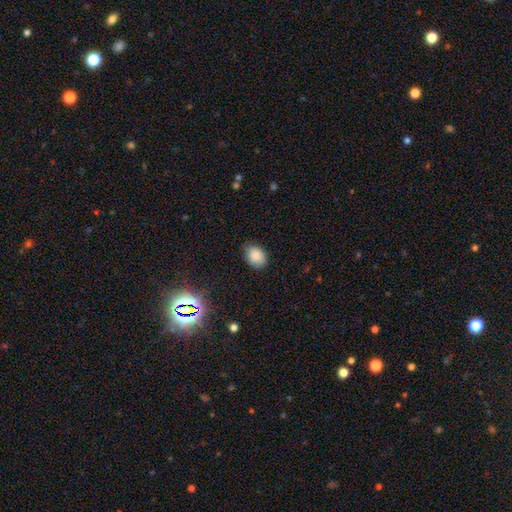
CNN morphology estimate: smooth_or_featured: smooth (p=0.86) [alt: star or artifact p=0.10]
how_rounded: in between (p=0.62) [alt: round p=0.37]
merging: none (p=0.73) [alt: minor disturbance p=0.22]